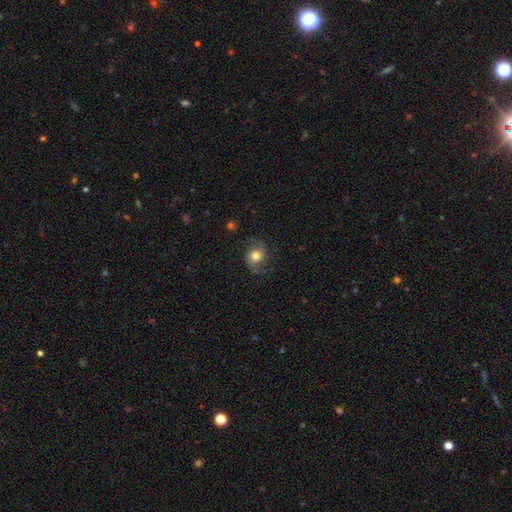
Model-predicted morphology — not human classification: type=featured or disk (49%); merging=none (70%).